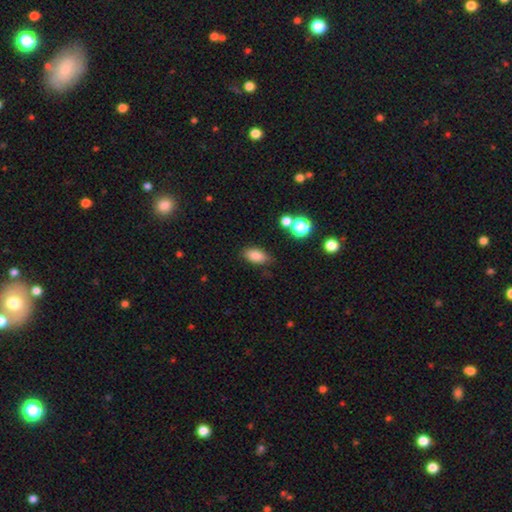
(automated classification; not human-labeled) The model was most divided on "merging": none: 79%, minor disturbance: 15%, major disturbance: 4%, merger: 3%. More confident: how rounded — in between (88%); smooth or featured — smooth (84%).